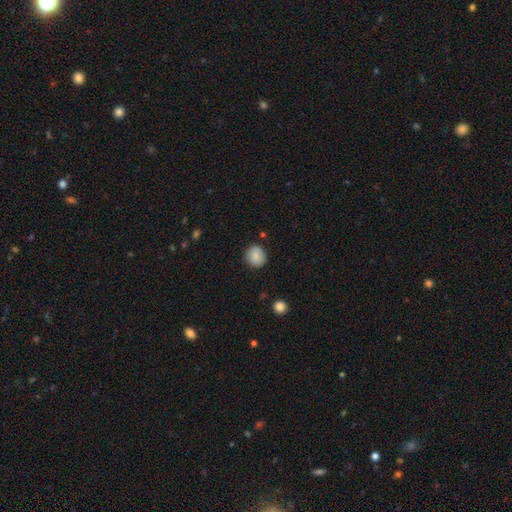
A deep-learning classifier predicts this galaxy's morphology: smooth_or_featured: smooth (p=0.86) [alt: star or artifact p=0.08]
how_rounded: round (p=0.88) [alt: in between p=0.11]
merging: none (p=0.87) [alt: minor disturbance p=0.10]